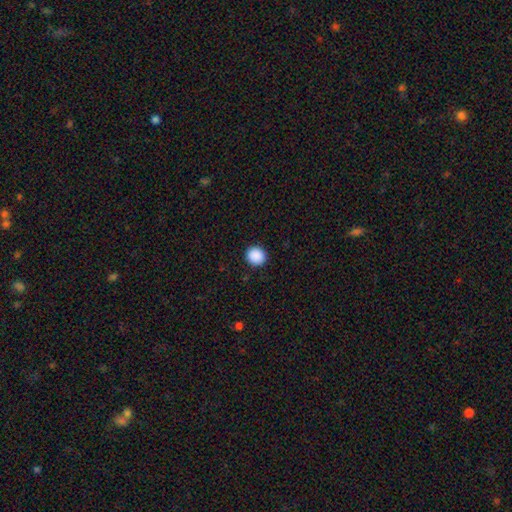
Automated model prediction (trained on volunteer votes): smooth 90%, star or artifact 8%, featured or disk 2%. Down the decision tree: how rounded — round (88%); merging — none (92%).